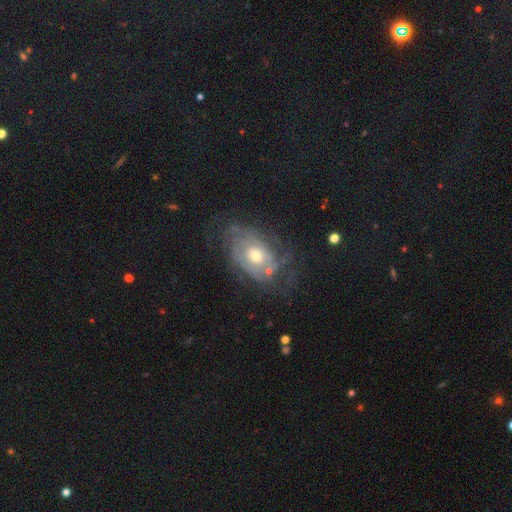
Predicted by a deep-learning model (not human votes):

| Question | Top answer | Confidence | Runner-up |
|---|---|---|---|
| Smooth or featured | featured or disk | 79% | smooth (14%) |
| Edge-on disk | no | 96% | yes (4%) |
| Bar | no | 76% | weak (20%) |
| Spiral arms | yes | 85% | no (15%) |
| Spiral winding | tight | 64% | medium (26%) |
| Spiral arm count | can't tell | 54% | 2 (15%) |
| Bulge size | moderate | 62% | small (31%) |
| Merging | none | 59% | minor disturbance (22%) |